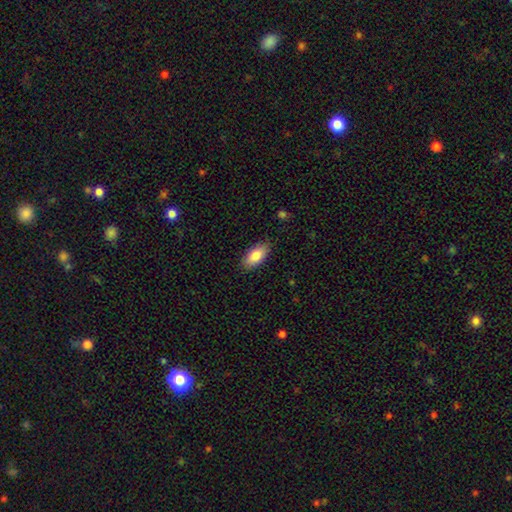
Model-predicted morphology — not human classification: smooth-or-featured: smooth: 82% | featured or disk: 11% | star or artifact: 6%
  how-rounded: in between: 89% | cigar-shaped: 8% | round: 3%
  merging: none: 85% | minor disturbance: 12% | major disturbance: 2% | merger: 1%